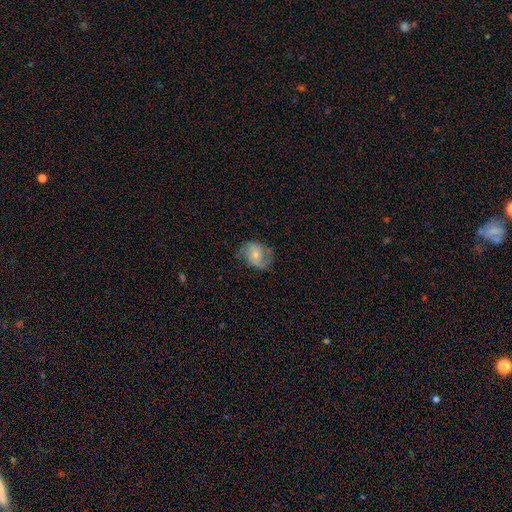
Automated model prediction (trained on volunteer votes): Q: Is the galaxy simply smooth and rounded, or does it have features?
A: featured or disk — 66%.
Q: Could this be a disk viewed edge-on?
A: no — 97%.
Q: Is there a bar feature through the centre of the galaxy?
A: no — 68%.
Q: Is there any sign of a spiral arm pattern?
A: yes — 89%.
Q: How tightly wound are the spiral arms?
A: medium — 45%.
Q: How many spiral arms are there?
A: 2 — 79%.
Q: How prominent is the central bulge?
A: small — 52%.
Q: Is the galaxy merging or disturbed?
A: none — 66%.